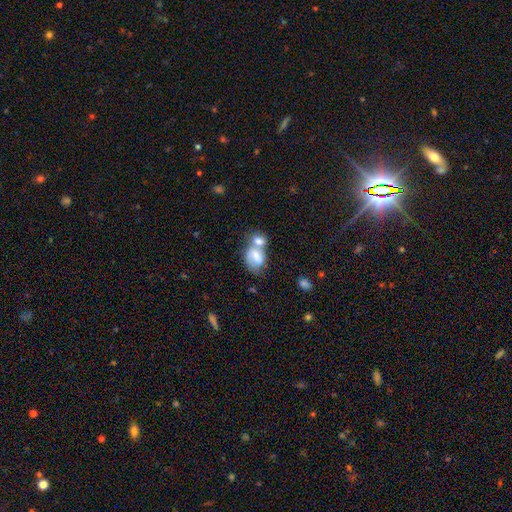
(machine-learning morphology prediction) A smooth galaxy with no disk features (67%) that is in between round and cigar-shaped (77%).

Vote fractions:
- Smooth or featured? smooth: 67% / featured or disk: 26% / star or artifact: 8%
- How rounded? in between: 77% / round: 22% / cigar-shaped: 1%
- Merging? merger: 65% / none: 18% / minor disturbance: 10% / major disturbance: 7%